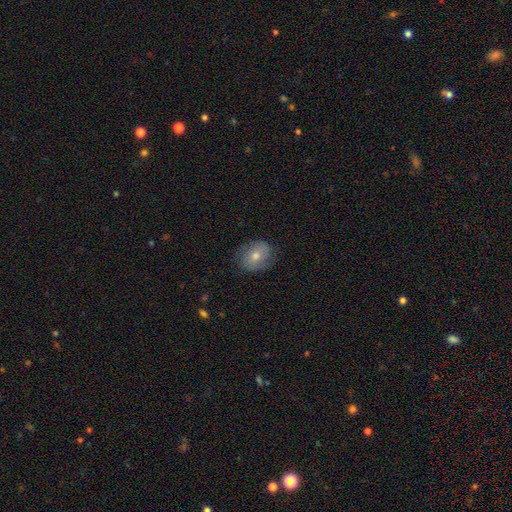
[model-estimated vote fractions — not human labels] Q: Smooth or featured?
A: featured or disk (46%); runner-up: smooth (43%)
Q: Merging?
A: none (77%); runner-up: minor disturbance (16%)